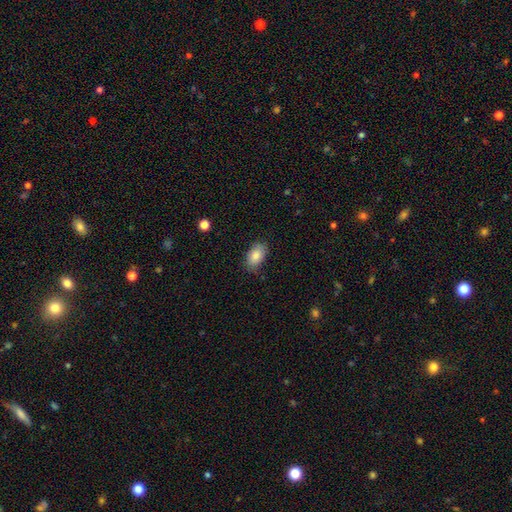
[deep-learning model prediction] smooth 86%, star or artifact 7%, featured or disk 7%. Down the decision tree: how rounded — in between (93%); merging — none (82%).